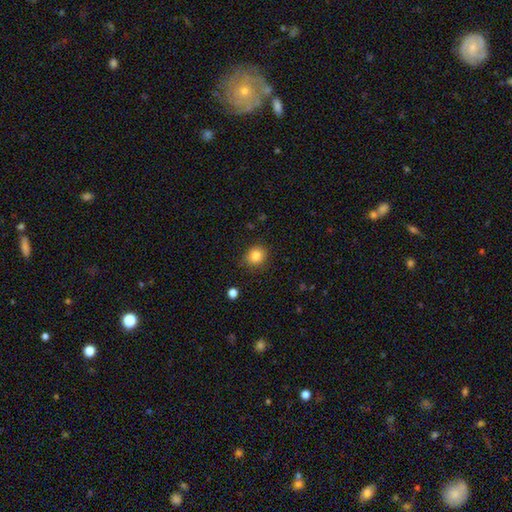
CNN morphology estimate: Smooth or featured?
  - smooth: 84% *
  - star or artifact: 11%
  - featured or disk: 6%
How rounded?
  - round: 79% *
  - in between: 20%
  - cigar-shaped: 1%
Merging?
  - none: 85% *
  - minor disturbance: 11%
  - major disturbance: 3%
  - merger: 1%